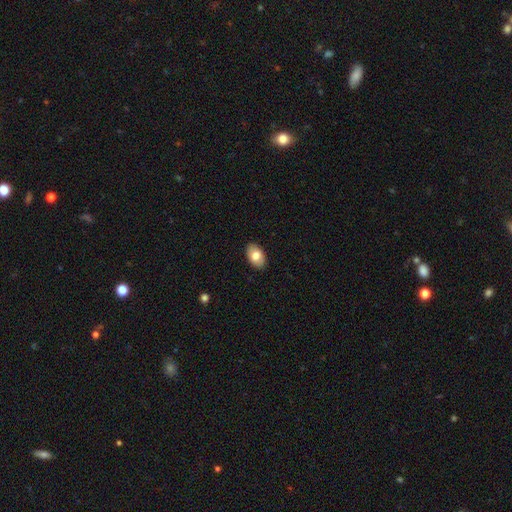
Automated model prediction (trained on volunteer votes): A smooth galaxy with no disk features (78%) that is in between round and cigar-shaped (90%). Merging: none (89%).